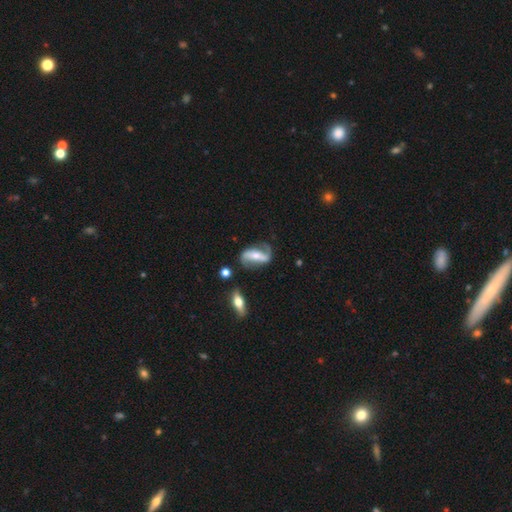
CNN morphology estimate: Smooth or featured? featured or disk (84%)
Edge-on disk? no (93%)
Bar? strong (57%)
Spiral arms? yes (93%)
Spiral winding? loose (58%)
Spiral arm count? 2 (90%)
Bulge size? moderate (49%)
Merging? none (71%)